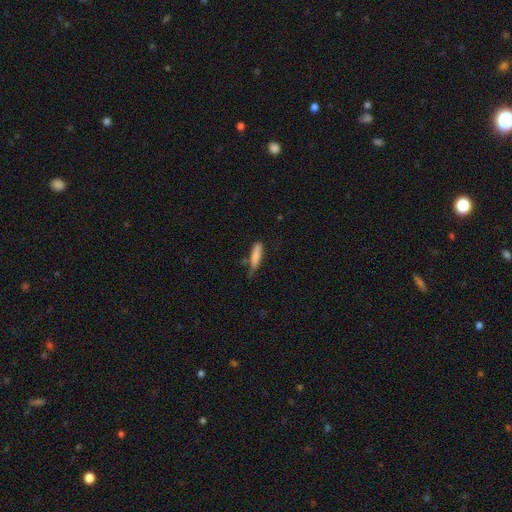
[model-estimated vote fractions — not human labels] The model was most divided on "merging": none: 55%, minor disturbance: 33%, major disturbance: 8%, merger: 4%. More confident: smooth or featured — smooth (83%); how rounded — cigar-shaped (73%).